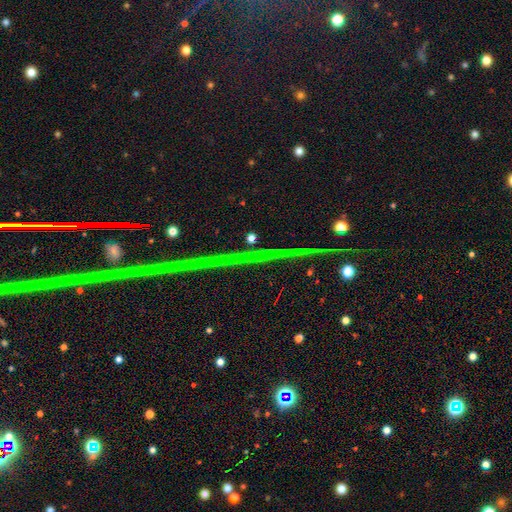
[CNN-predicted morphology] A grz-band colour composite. It shows a star or artifact, not a galaxy (88%).